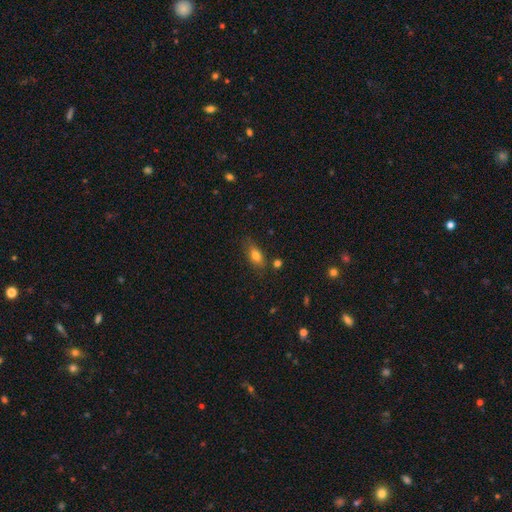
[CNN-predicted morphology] smooth-or-featured: smooth: 76% | featured or disk: 15% | star or artifact: 9%
  how-rounded: in between: 80% | cigar-shaped: 13% | round: 7%
  merging: none: 74% | minor disturbance: 17% | merger: 5% | major disturbance: 4%